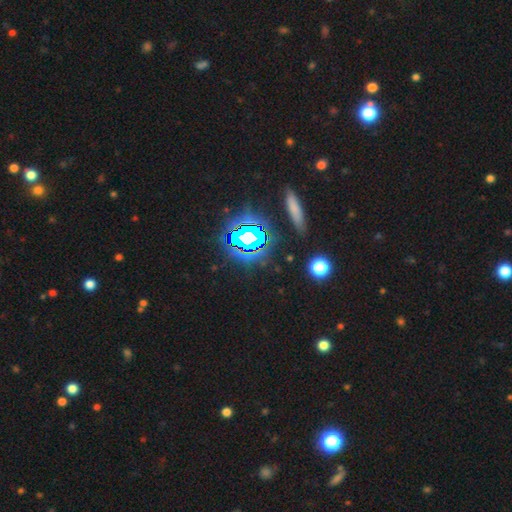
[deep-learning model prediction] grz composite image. It shows a star or artifact, not a galaxy (80%).